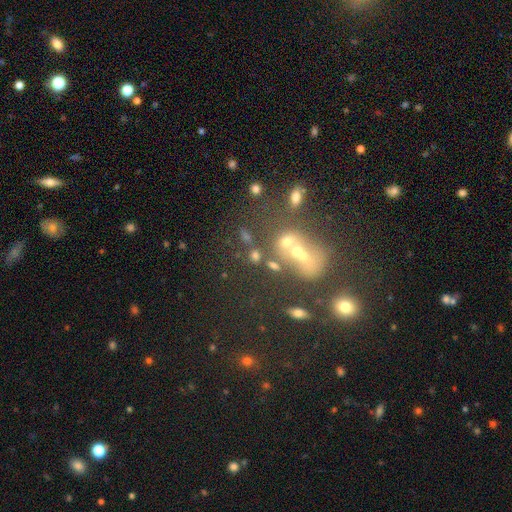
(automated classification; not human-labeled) Smooth or featured?
  - smooth: 50% *
  - star or artifact: 30%
  - featured or disk: 20%
Merging?
  - none: 46% *
  - merger: 35%
  - minor disturbance: 11%
  - major disturbance: 8%